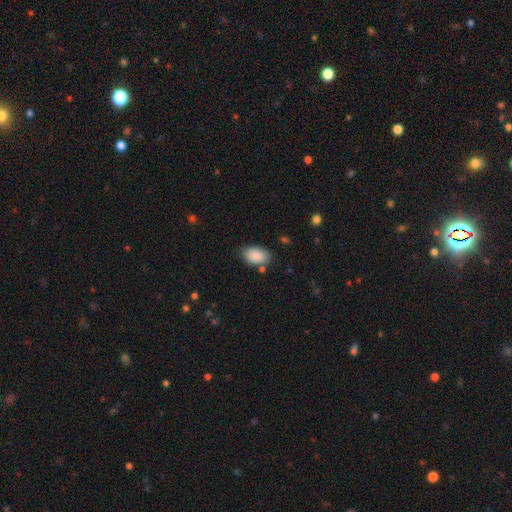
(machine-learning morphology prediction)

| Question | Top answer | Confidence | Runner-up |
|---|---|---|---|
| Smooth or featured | smooth | 89% | star or artifact (7%) |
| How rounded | in between | 90% | round (9%) |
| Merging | none | 78% | minor disturbance (15%) |